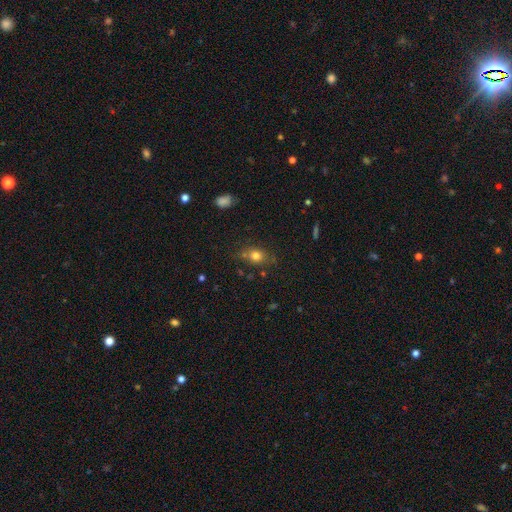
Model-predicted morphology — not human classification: Smooth or featured?
  - smooth: 77% *
  - star or artifact: 13%
  - featured or disk: 10%
How rounded?
  - round: 52% *
  - in between: 46%
  - cigar-shaped: 2%
Merging?
  - none: 71% *
  - minor disturbance: 17%
  - merger: 6%
  - major disturbance: 5%